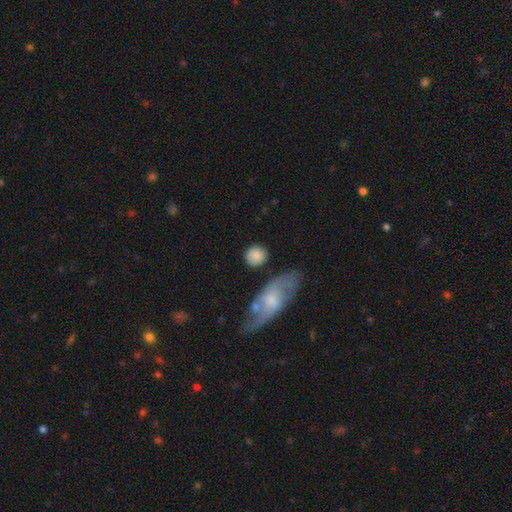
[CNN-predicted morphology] Q: Smooth or featured?
A: smooth (83%); runner-up: featured or disk (10%)
Q: How rounded?
A: round (83%); runner-up: in between (14%)
Q: Merging?
A: none (77%); runner-up: minor disturbance (12%)